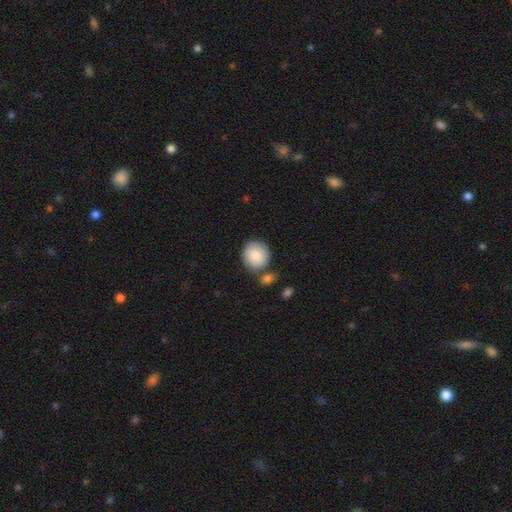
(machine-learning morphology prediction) A smooth galaxy with no disk features (87%) that is round (89%). Merging: none (69%).